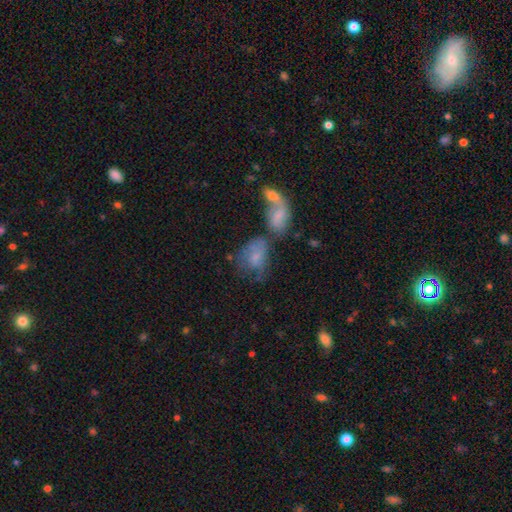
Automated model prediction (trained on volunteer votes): smooth_or_featured: smooth (p=0.58) [alt: featured or disk p=0.30]
how_rounded: in between (p=0.79) [alt: round p=0.19]
merging: merger (p=0.49) [alt: none p=0.19]